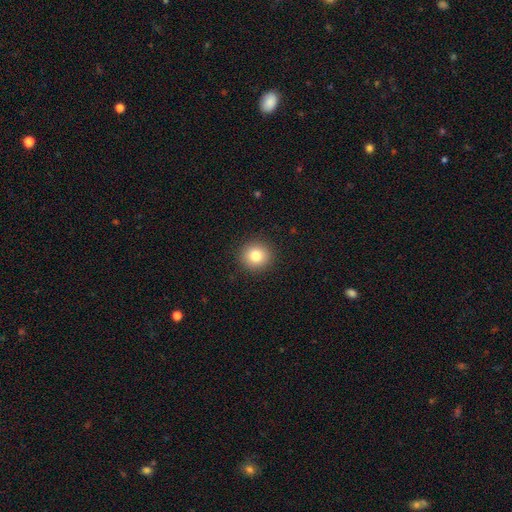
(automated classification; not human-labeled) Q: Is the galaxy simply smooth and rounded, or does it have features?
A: smooth — 81%.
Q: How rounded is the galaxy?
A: round — 93%.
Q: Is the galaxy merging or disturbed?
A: none — 92%.